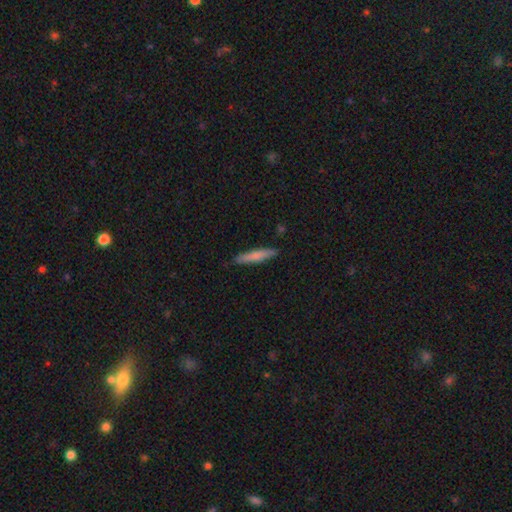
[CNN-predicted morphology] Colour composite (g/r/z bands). It shows a smooth galaxy with no disk features (73%) that is cigar-shaped (90%). Merging: none (88%).